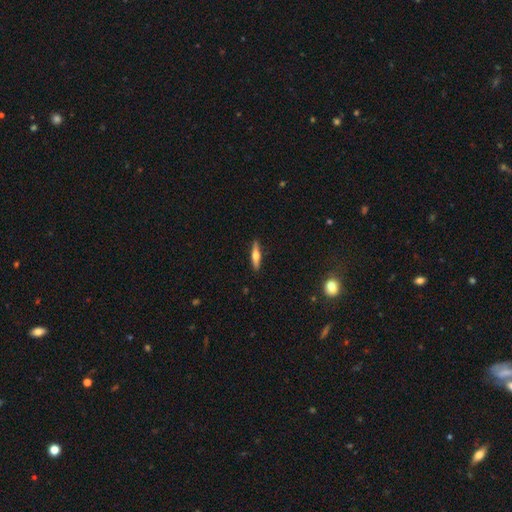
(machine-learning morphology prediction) This appears to be a smooth galaxy with no disk features (50%). Merging: none (90%).